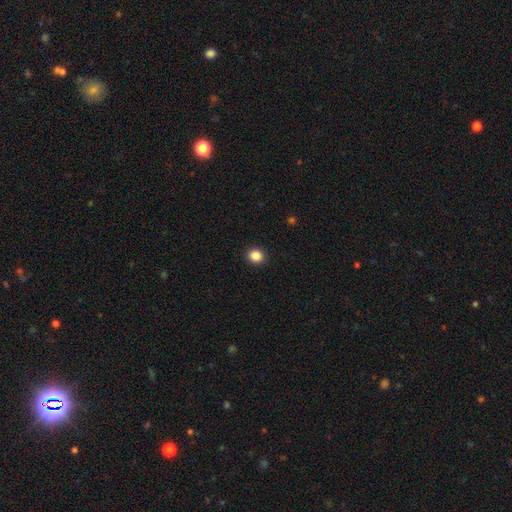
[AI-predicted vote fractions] Smooth or featured?
  - smooth: 87% *
  - star or artifact: 10%
  - featured or disk: 3%
How rounded?
  - round: 84% *
  - in between: 15%
  - cigar-shaped: 1%
Merging?
  - none: 93% *
  - minor disturbance: 5%
  - major disturbance: 2%
  - merger: 1%